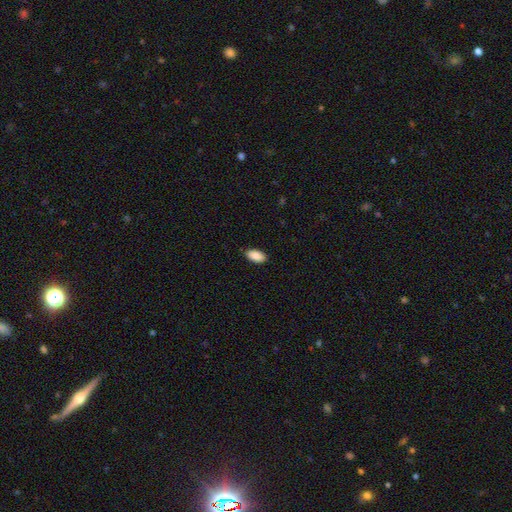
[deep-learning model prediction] Smooth or featured?
  - smooth: 91% *
  - star or artifact: 6%
  - featured or disk: 3%
How rounded?
  - in between: 94% *
  - cigar-shaped: 4%
  - round: 2%
Merging?
  - none: 88% *
  - minor disturbance: 10%
  - major disturbance: 2%
  - merger: 1%